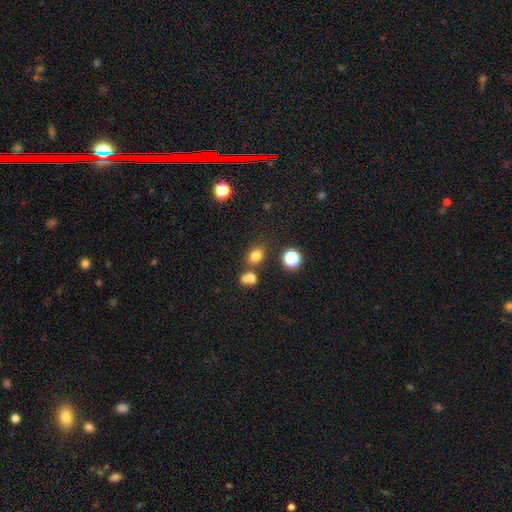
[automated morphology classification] type=smooth (75%); roundness=in between (56%); merging=none (62%).